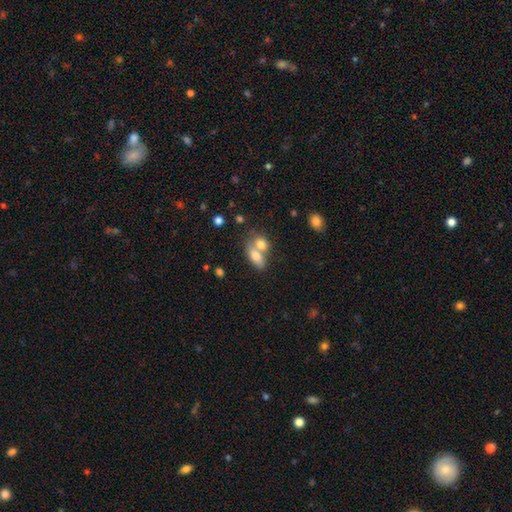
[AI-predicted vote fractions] This is likely a smooth galaxy (75%). How rounded: likely in between (80%). Merging: likely merger (60%).